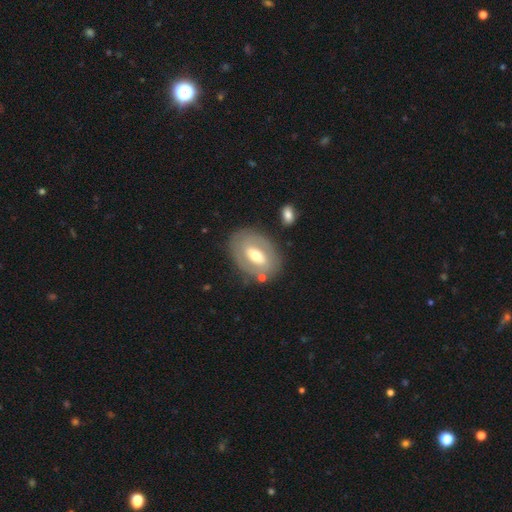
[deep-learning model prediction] The model was most divided on "bar": weak: 39%, no: 32%, strong: 30%. More confident: edge-on disk — no (90%); merging — none (78%); spiral arms — no (75%); bulge size — moderate (67%); smooth or featured — featured or disk (56%).